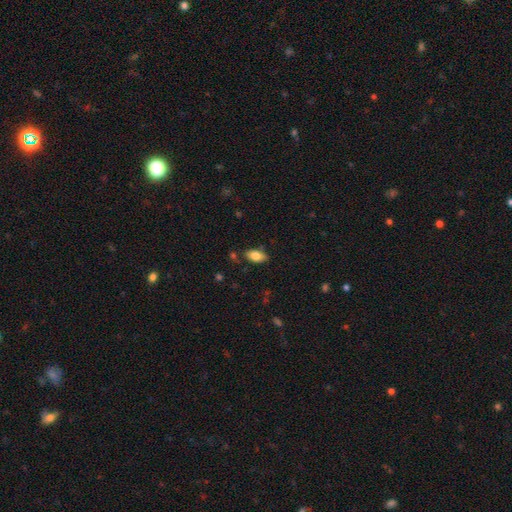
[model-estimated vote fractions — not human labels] A smooth galaxy with no disk features (80%) that is in between round and cigar-shaped (92%). Merging: none (81%).